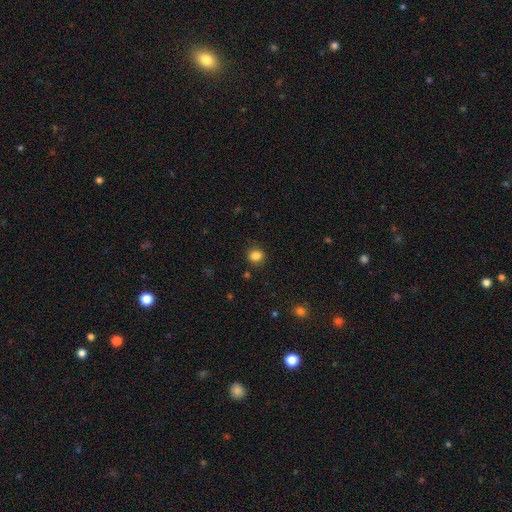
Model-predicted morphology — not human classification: The model was most divided on "how rounded": round: 84%, in between: 15%, cigar-shaped: 1%. More confident: merging — none (88%); smooth or featured — smooth (85%).